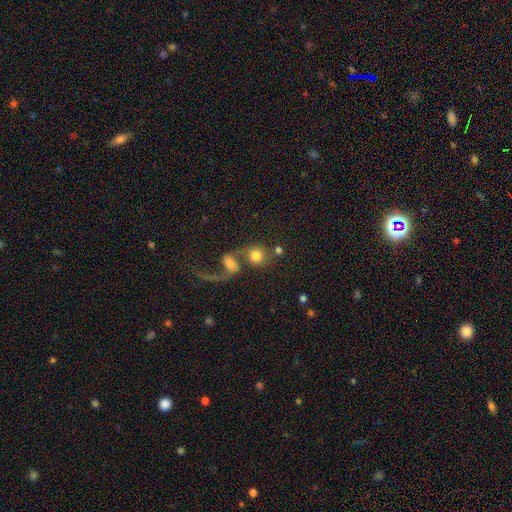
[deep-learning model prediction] Overall: smooth (67%). How rounded: round (81%). Merging: merger (51%; none 30%).